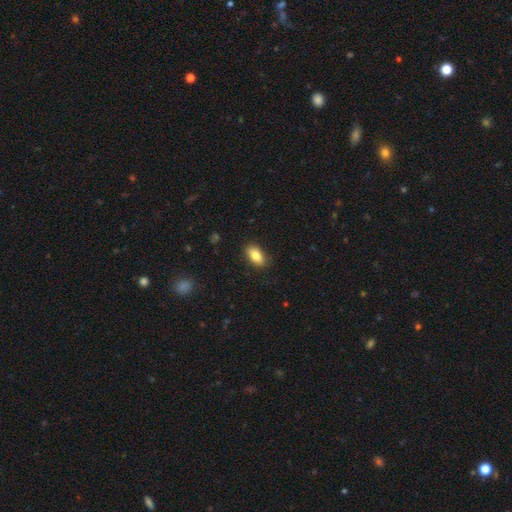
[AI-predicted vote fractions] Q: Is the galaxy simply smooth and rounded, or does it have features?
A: smooth — 84%.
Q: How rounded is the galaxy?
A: in between — 91%.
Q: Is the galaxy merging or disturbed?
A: none — 87%.